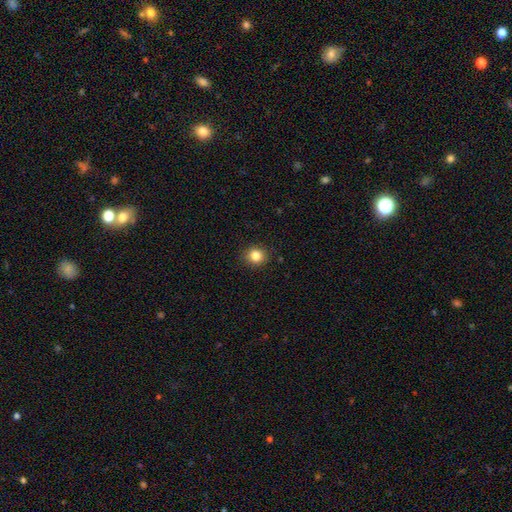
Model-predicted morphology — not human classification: smooth-or-featured: smooth: 84% | star or artifact: 11% | featured or disk: 5%
  how-rounded: round: 85% | in between: 14% | cigar-shaped: 1%
  merging: none: 90% | minor disturbance: 7% | major disturbance: 2% | merger: 1%